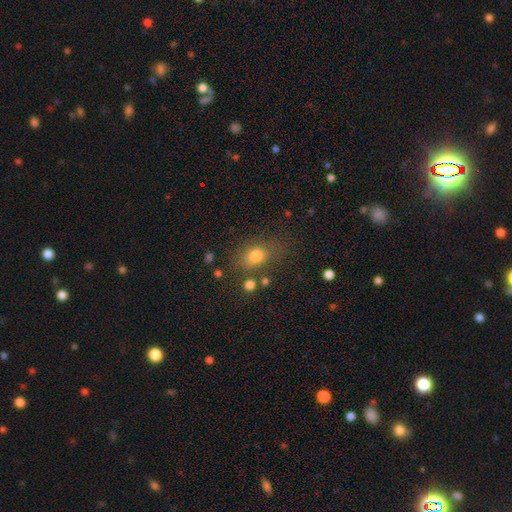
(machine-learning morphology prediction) Smooth or featured: smooth — 77% (star or artifact — 13%)
How rounded: in between — 65% (round — 32%)
Merging: none — 70% (minor disturbance — 17%)